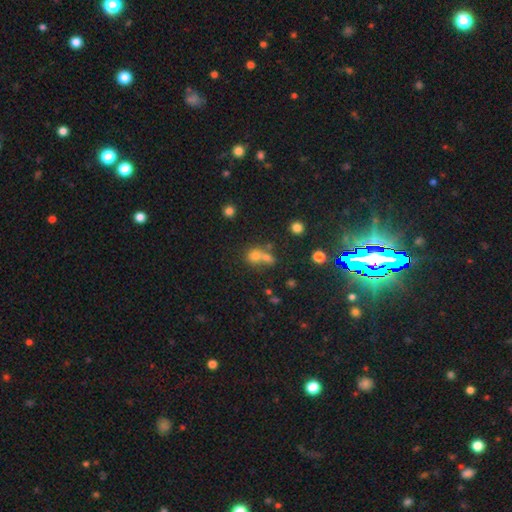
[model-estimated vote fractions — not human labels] Smooth or featured? Predicted: smooth (p=0.65). How rounded? Predicted: round (p=0.72). Merging? Predicted: merger (p=0.58).